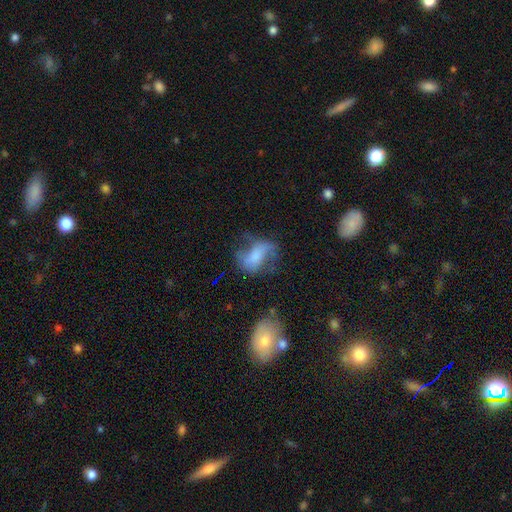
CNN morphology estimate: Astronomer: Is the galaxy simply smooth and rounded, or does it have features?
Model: smooth — 45% (runner-up: featured or disk, 44%).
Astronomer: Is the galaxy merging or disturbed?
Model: none — 37% (runner-up: major disturbance, 31%).